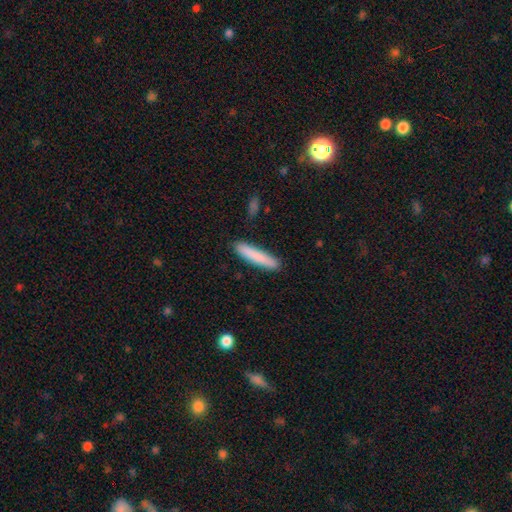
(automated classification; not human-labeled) Morphology: type=smooth (83%); roundness=cigar-shaped (92%); merging=none (89%).